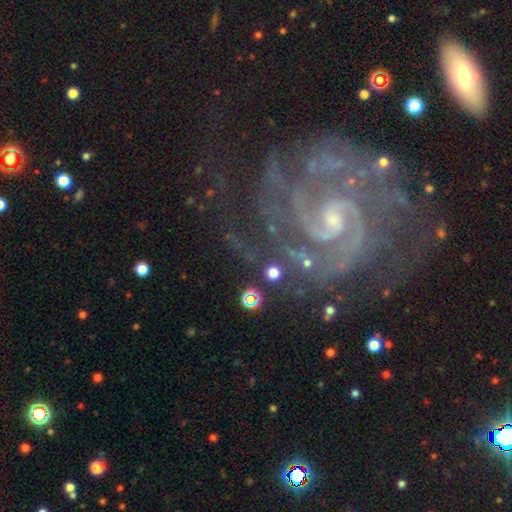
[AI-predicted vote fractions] This appears to be a featured or disk galaxy (92%) with no bar (45%), 2 (60%) tight (60%) spiral arms (99%) and a small central bulge (65%). Merging: none (65%).